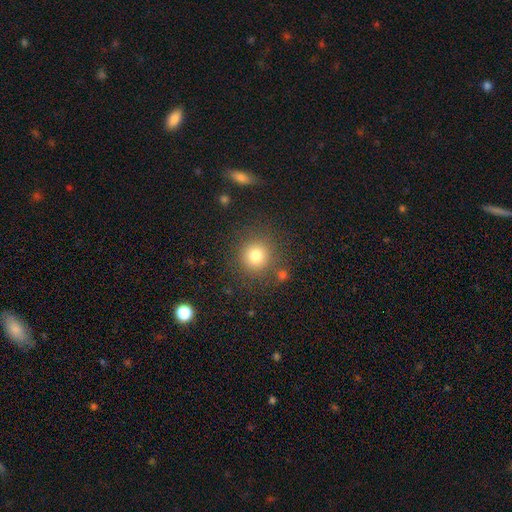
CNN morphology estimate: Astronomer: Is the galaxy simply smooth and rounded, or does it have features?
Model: smooth — 79%.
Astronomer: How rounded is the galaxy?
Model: round — 93%.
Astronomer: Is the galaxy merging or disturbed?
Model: none — 84%.